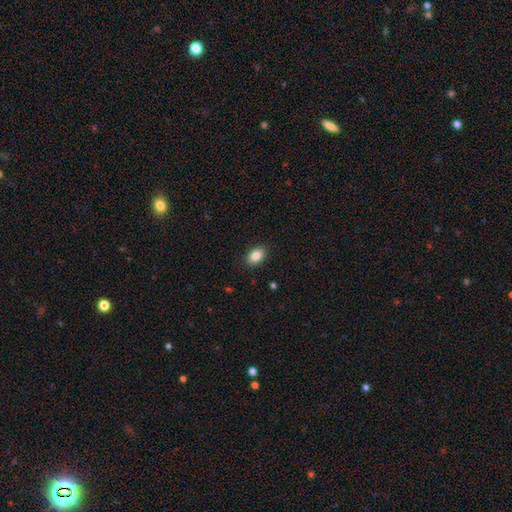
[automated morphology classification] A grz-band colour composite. It shows a smooth galaxy with no disk features (87%) that is in between round and cigar-shaped (89%). Merging: none (89%).